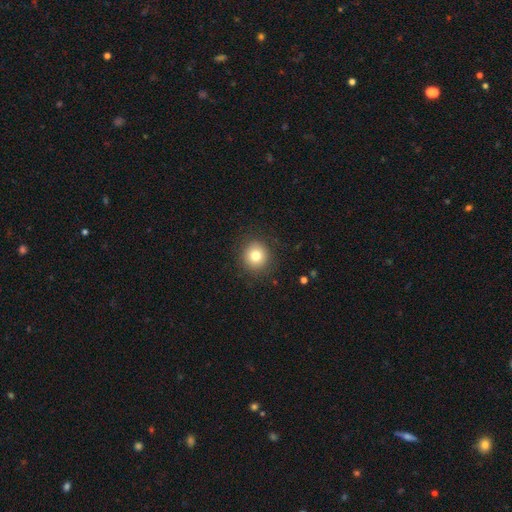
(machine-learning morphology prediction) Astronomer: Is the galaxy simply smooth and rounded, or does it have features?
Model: smooth — 80%.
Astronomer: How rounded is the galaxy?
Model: round — 92%.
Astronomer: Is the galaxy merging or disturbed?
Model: none — 90%.